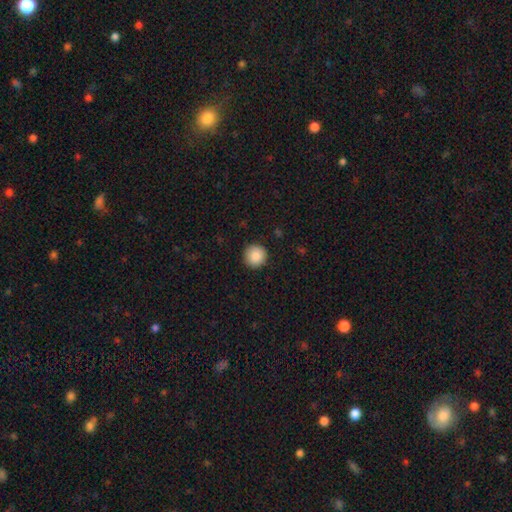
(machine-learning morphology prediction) Smooth or featured?
  - smooth: 89% *
  - star or artifact: 8%
  - featured or disk: 3%
How rounded?
  - round: 95% *
  - in between: 4%
  - cigar-shaped: 1%
Merging?
  - none: 91% *
  - minor disturbance: 6%
  - major disturbance: 2%
  - merger: 1%